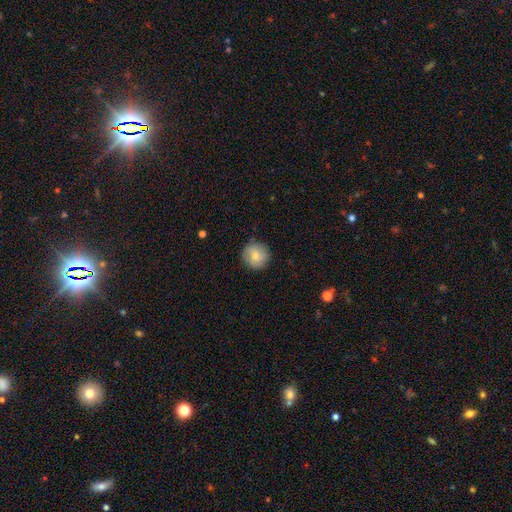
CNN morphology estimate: The model was most divided on "smooth or featured": smooth: 74%, featured or disk: 18%, star or artifact: 8%. More confident: how rounded — round (94%); merging — none (87%).